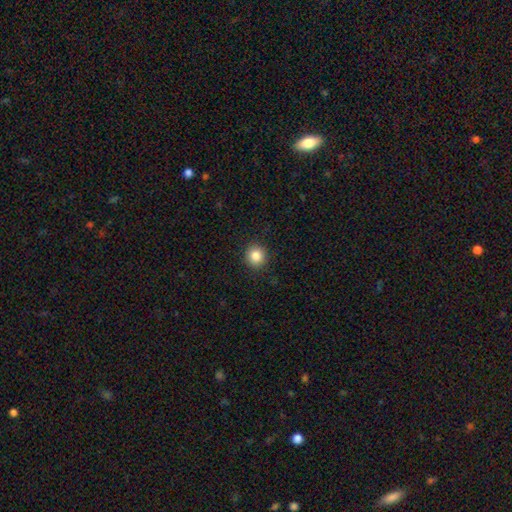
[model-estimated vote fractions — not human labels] Smooth or featured: smooth — 85% (star or artifact — 10%)
How rounded: round — 91% (in between — 8%)
Merging: none — 91% (minor disturbance — 6%)